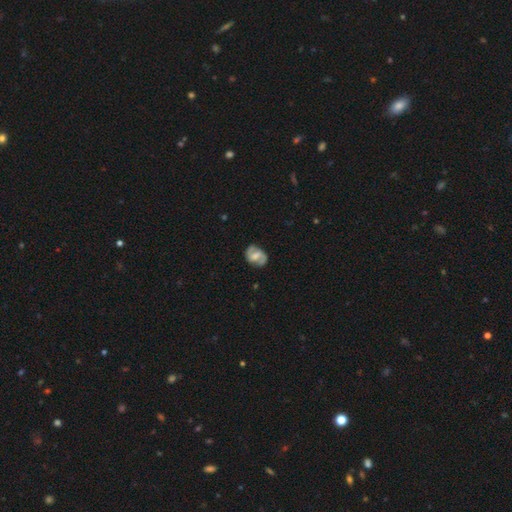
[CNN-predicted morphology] type=featured or disk (70%); edge-on=no (97%); bar=weak (47%); spiral arms=yes (86%); winding=medium (48%); arm count=2 (87%); bulge=moderate (43%); merging=none (75%).